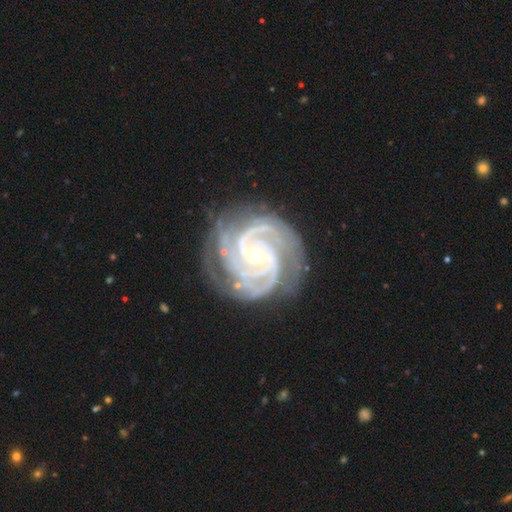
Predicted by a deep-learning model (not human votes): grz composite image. It shows a featured or disk galaxy (94%) with a weak bar (43%), 3 (34%, tied with 2) tight (65%) spiral arms (99%) and a small central bulge (54%). Merging: none (75%).